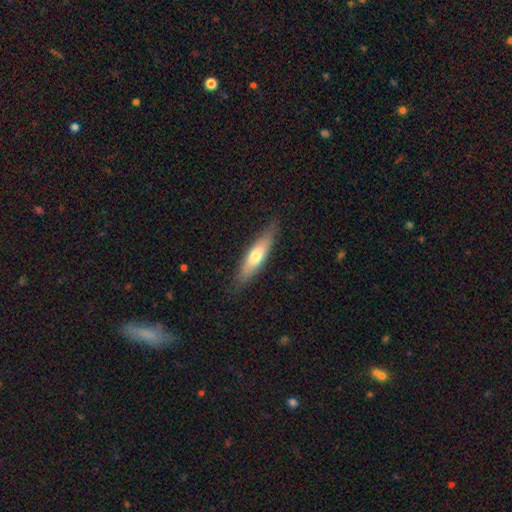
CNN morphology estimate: smooth_or_featured: smooth (p=0.59) [alt: featured or disk p=0.35]
how_rounded: cigar-shaped (p=0.73) [alt: in between p=0.25]
merging: none (p=0.83) [alt: minor disturbance p=0.13]